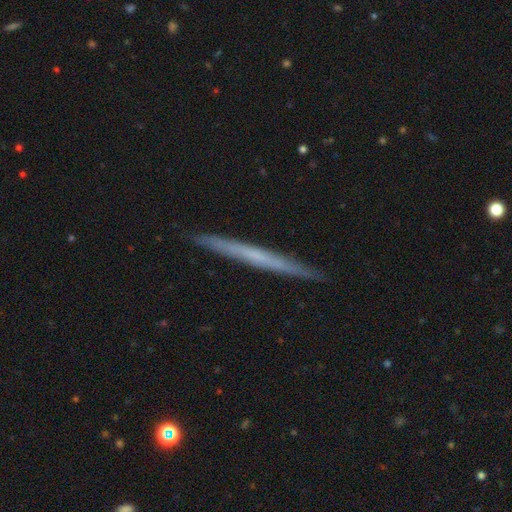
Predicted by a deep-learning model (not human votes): Smooth or featured: featured or disk — 55% (smooth — 39%)
Edge-on disk: yes — 97% (no — 3%)
Edge-on bulge: none — 88% (rounded — 8%)
Merging: none — 92% (minor disturbance — 6%)